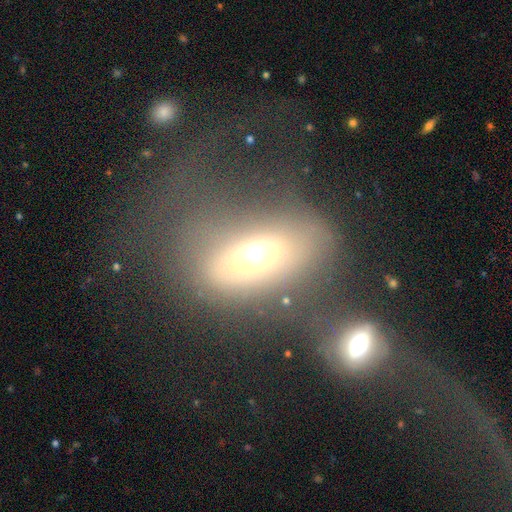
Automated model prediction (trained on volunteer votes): smooth_or_featured: smooth (p=0.56) [alt: featured or disk p=0.31]
how_rounded: in between (p=0.76) [alt: round p=0.19]
merging: major disturbance (p=0.33) [alt: none p=0.29]